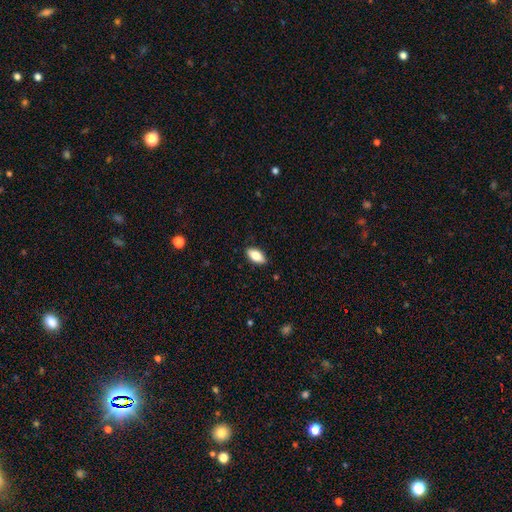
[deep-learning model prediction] Smooth or featured?
  - smooth: 79% *
  - featured or disk: 14%
  - star or artifact: 7%
How rounded?
  - in between: 88% *
  - cigar-shaped: 9%
  - round: 3%
Merging?
  - none: 87% *
  - minor disturbance: 10%
  - major disturbance: 2%
  - merger: 1%